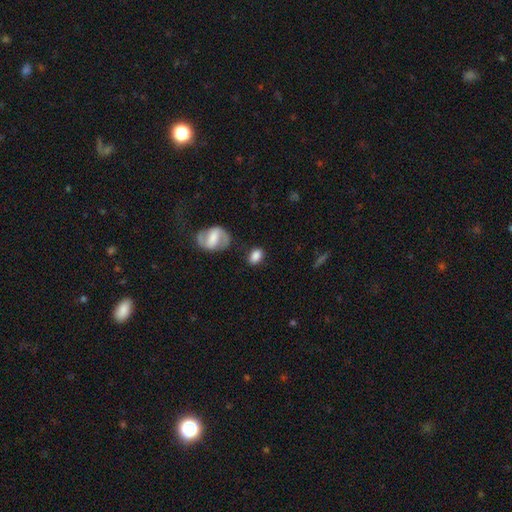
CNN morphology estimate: The model was most divided on "how rounded": in between: 76%, round: 22%, cigar-shaped: 2%. More confident: smooth or featured — smooth (80%); merging — none (74%).